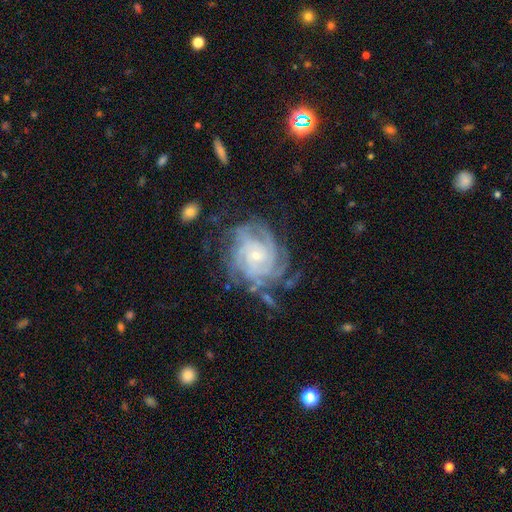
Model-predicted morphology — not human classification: smooth-or-featured: featured or disk: 87% | smooth: 6% | star or artifact: 6%
  disk-edge-on: no: 97% | yes: 3%
    bar: no: 74% | weak: 21% | strong: 5%
    has-spiral-arms: yes: 97% | no: 3%
      spiral-winding: tight: 72% | medium: 23% | loose: 5%
      spiral-arm-count: 4: 33% | can't tell: 24% | more than 4: 15% | 3: 15% | 2: 8% | 1: 5%
    bulge-size: small: 76% | moderate: 20% | none: 2% | large: 1% | dominant: 1%
  merging: none: 64% | minor disturbance: 21% | major disturbance: 12% | merger: 3%